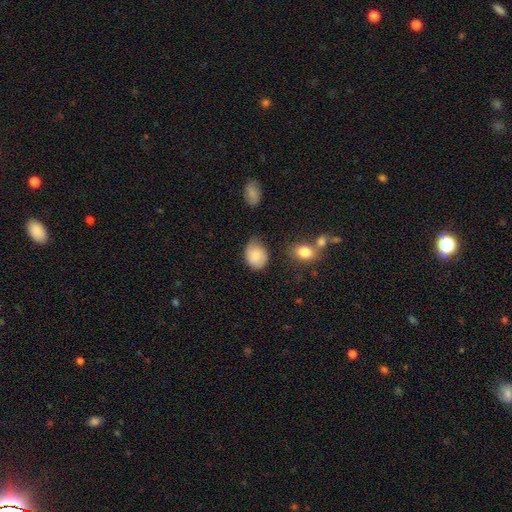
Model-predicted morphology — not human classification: A smooth galaxy with no disk features (79%) that is in between round and cigar-shaped (54%). Merging: none (59%).